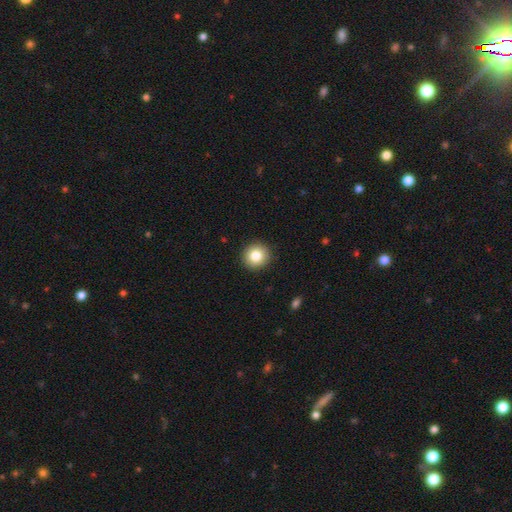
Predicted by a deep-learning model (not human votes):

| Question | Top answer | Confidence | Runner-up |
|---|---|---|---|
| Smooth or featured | smooth | 83% | star or artifact (9%) |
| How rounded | round | 92% | in between (7%) |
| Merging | none | 92% | minor disturbance (5%) |